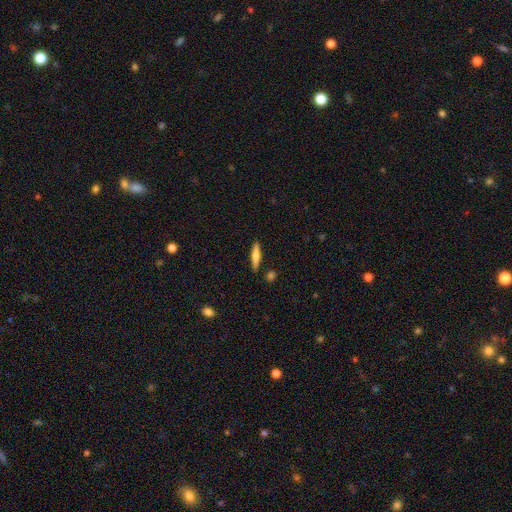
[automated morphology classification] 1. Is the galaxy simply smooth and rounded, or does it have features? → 62% smooth, 32% featured or disk, 6% star or artifact.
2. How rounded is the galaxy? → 86% cigar-shaped, 13% in between, 2% round.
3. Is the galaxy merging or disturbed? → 87% none, 8% minor disturbance, 2% merger, 2% major disturbance.